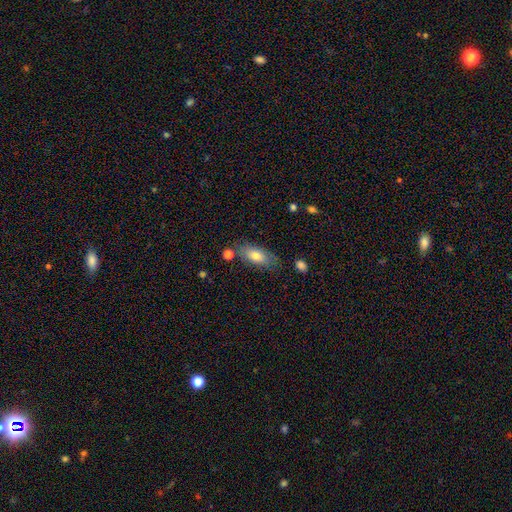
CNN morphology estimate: smooth_or_featured: smooth (p=0.77) [alt: featured or disk p=0.16]
how_rounded: in between (p=0.84) [alt: cigar-shaped p=0.13]
merging: none (p=0.72) [alt: minor disturbance p=0.17]